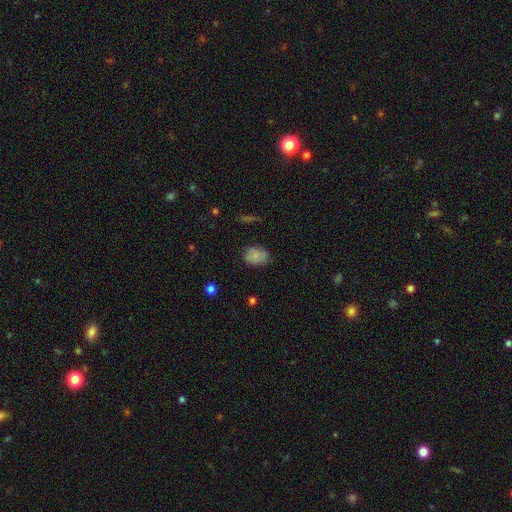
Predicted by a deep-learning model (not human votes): Smooth or featured? smooth (80%)
How rounded? in between (78%)
Merging? none (72%)